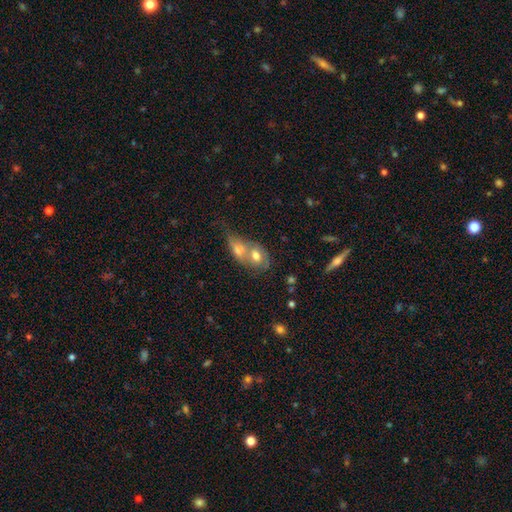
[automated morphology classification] smooth-or-featured: smooth: 60% | featured or disk: 31% | star or artifact: 9%
  how-rounded: in between: 64% | round: 33% | cigar-shaped: 3%
  merging: merger: 75% | none: 15% | minor disturbance: 6% | major disturbance: 4%